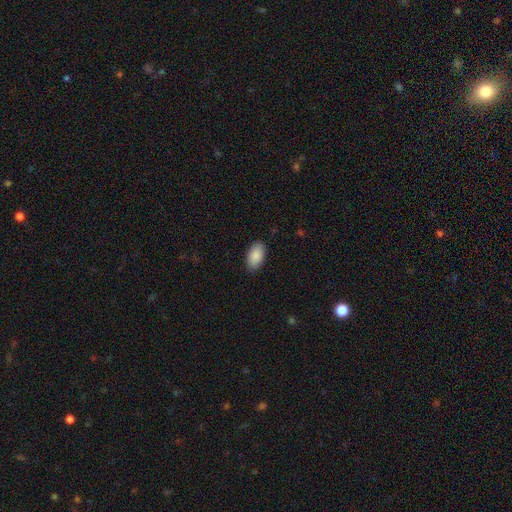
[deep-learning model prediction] Smooth or featured: smooth — 90% (star or artifact — 6%)
How rounded: in between — 95% (round — 3%)
Merging: none — 88% (minor disturbance — 9%)